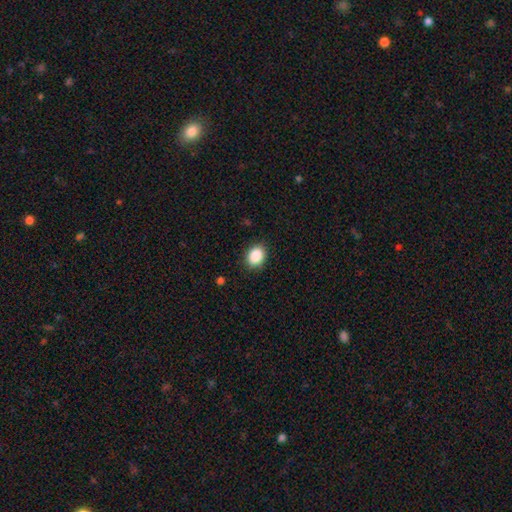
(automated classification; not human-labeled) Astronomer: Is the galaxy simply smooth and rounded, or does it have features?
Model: smooth — 88%.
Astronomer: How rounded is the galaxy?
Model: in between — 58% (runner-up: round, 41%).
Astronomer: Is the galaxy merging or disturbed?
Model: none — 87%.